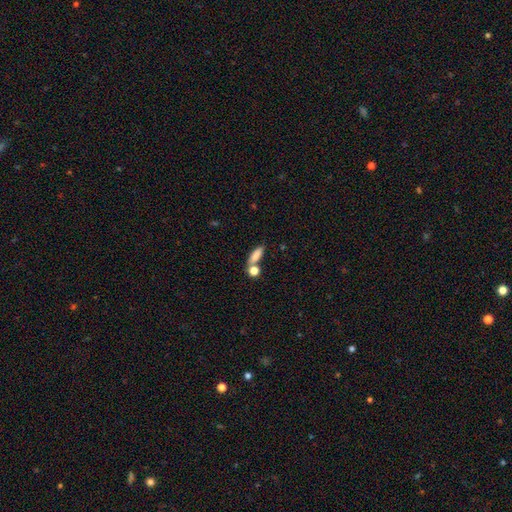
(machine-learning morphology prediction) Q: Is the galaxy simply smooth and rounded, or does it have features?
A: smooth — 82%.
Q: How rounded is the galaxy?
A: in between — 54%.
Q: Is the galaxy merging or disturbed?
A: none — 56%.